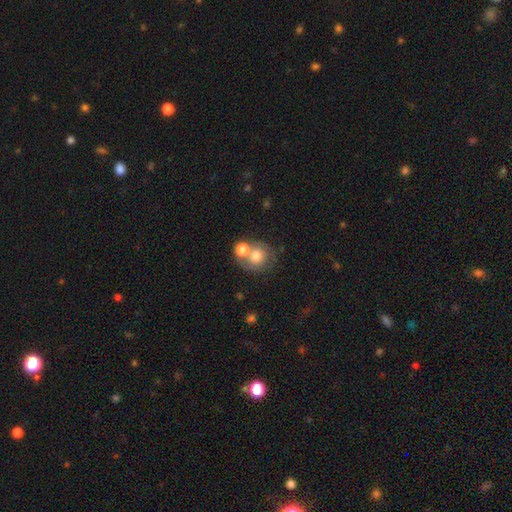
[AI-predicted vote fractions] Smooth or featured? smooth (67%)
How rounded? round (80%)
Merging? merger (43%)